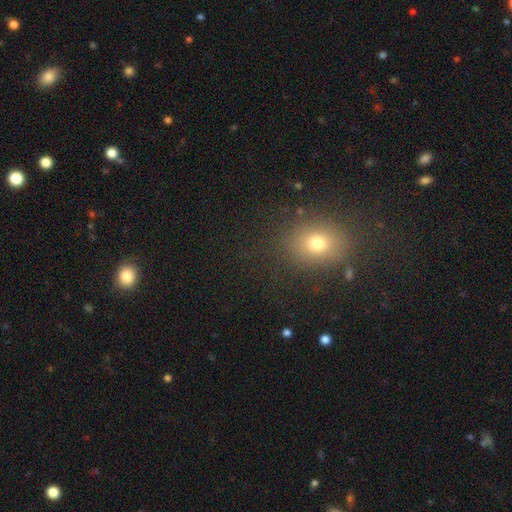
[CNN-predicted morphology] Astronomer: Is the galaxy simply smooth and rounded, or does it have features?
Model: smooth — 65%.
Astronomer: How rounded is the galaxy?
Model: round — 57% (runner-up: in between, 42%).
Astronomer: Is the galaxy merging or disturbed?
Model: none — 87%.